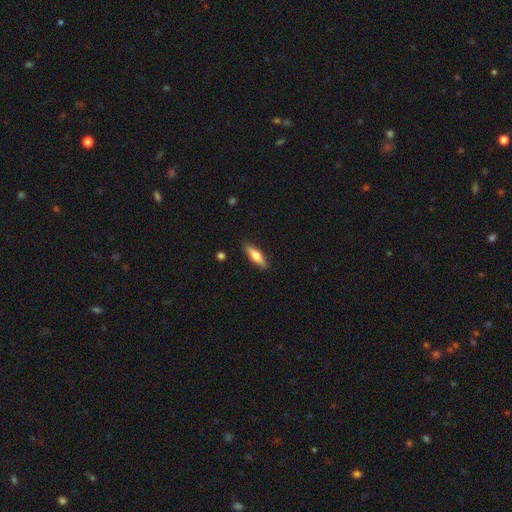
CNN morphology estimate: Smooth or featured?
  - smooth: 55% *
  - featured or disk: 39%
  - star or artifact: 6%
How rounded?
  - cigar-shaped: 63% *
  - in between: 34%
  - round: 2%
Merging?
  - none: 88% *
  - minor disturbance: 9%
  - major disturbance: 2%
  - merger: 1%